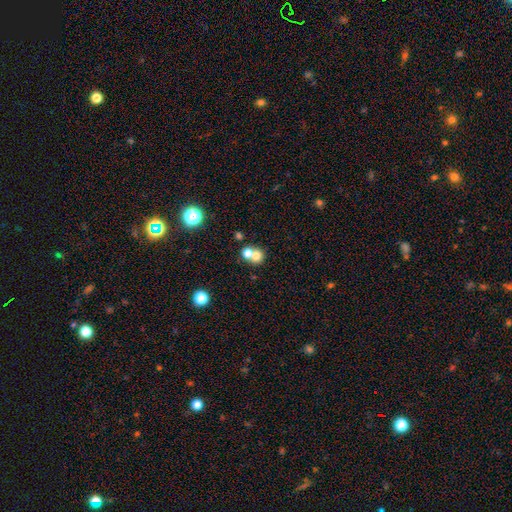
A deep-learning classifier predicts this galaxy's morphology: type=smooth (72%); roundness=round (84%); merging=merger (54%).